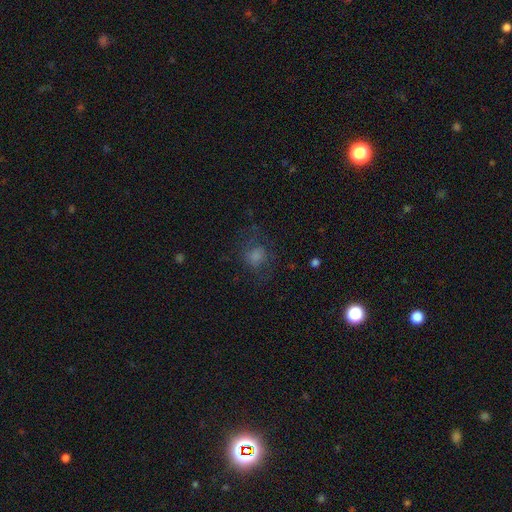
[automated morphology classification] This is possibly a smooth galaxy (53%). How rounded: likely round (72%). Merging: likely none (64%).